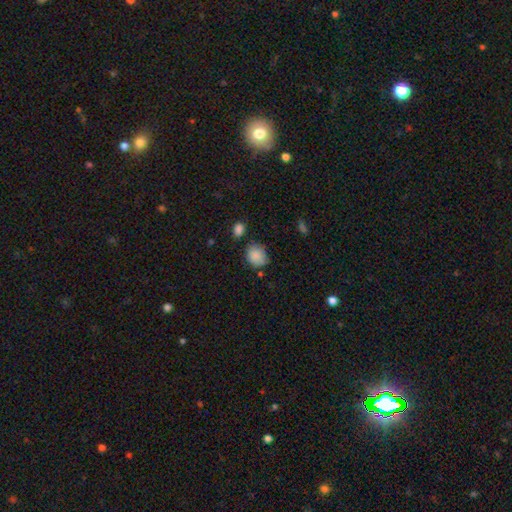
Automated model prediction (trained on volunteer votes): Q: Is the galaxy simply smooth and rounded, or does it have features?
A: smooth — 86%.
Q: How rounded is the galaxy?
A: round — 68%.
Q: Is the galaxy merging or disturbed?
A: none — 65%.